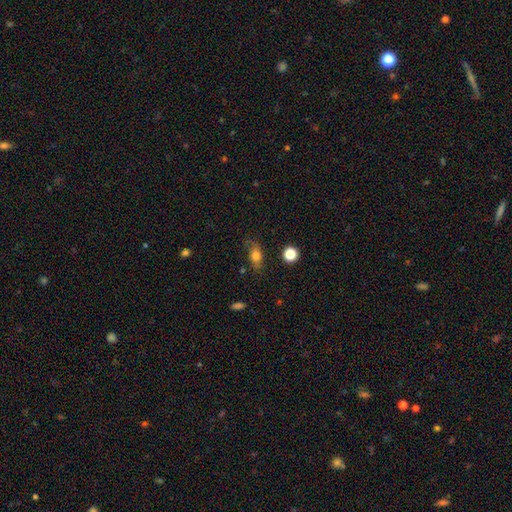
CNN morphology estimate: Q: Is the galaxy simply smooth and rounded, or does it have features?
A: smooth — 72%.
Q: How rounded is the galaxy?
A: in between — 74%.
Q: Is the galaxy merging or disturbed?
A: none — 65%.